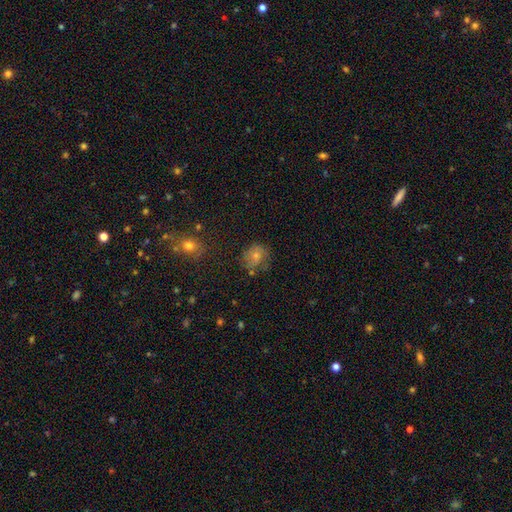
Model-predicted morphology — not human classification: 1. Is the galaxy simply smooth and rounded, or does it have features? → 54% smooth, 34% featured or disk, 12% star or artifact.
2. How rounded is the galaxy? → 76% round, 23% in between, 1% cigar-shaped.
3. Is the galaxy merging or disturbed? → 63% none, 23% minor disturbance, 11% major disturbance, 3% merger.